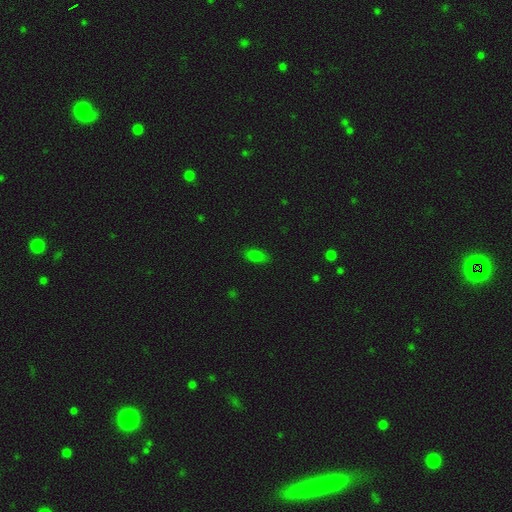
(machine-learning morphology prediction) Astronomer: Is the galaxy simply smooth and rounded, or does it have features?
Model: smooth — 81%.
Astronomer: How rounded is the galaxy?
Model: in between — 87%.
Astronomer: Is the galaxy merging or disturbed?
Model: none — 83%.